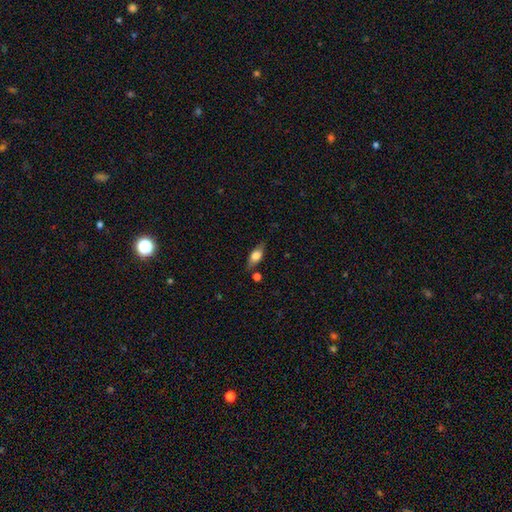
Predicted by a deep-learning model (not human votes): Smooth or featured? smooth (68%)
How rounded? in between (81%)
Merging? none (73%)